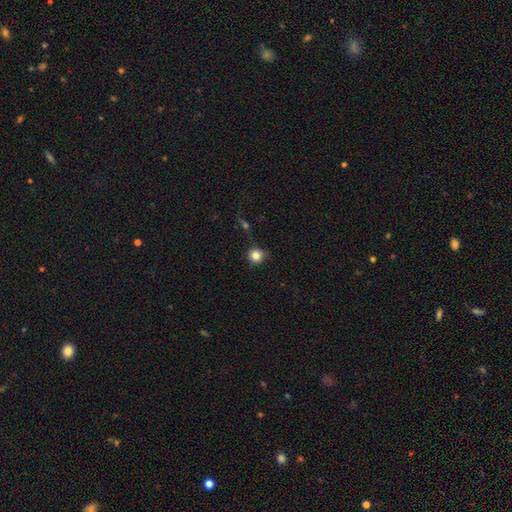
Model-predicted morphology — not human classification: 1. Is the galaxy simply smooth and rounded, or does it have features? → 82% smooth, 11% star or artifact, 7% featured or disk.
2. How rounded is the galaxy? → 92% round, 7% in between, 1% cigar-shaped.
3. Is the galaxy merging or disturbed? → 78% none, 15% minor disturbance, 4% major disturbance, 3% merger.